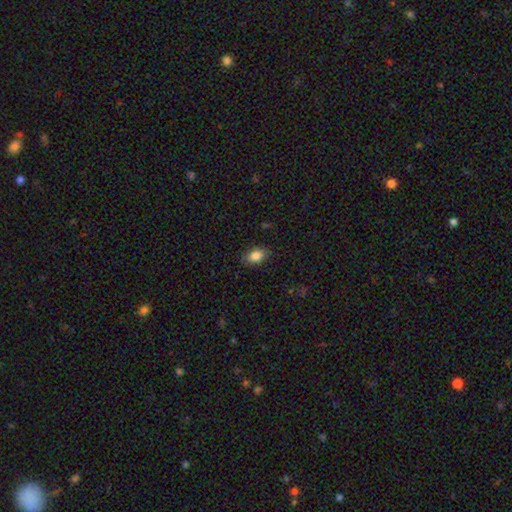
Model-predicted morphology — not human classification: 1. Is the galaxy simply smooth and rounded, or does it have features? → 85% smooth, 8% star or artifact, 7% featured or disk.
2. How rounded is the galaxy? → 85% in between, 13% round, 2% cigar-shaped.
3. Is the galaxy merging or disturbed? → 82% none, 13% minor disturbance, 3% major disturbance, 1% merger.